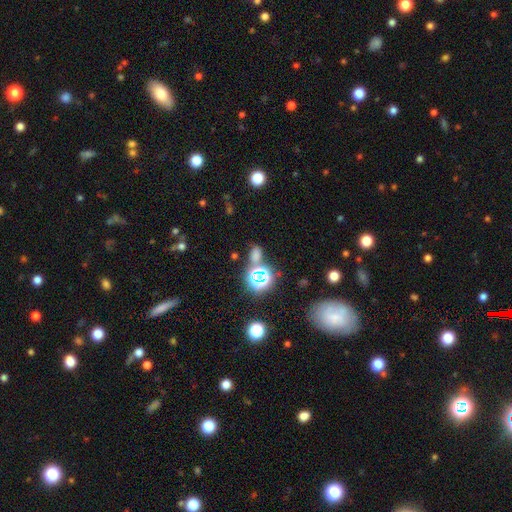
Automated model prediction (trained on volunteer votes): Smooth or featured? Predicted: smooth (p=0.51). How rounded? Predicted: in between (p=0.68). Merging? Predicted: none (p=0.65).